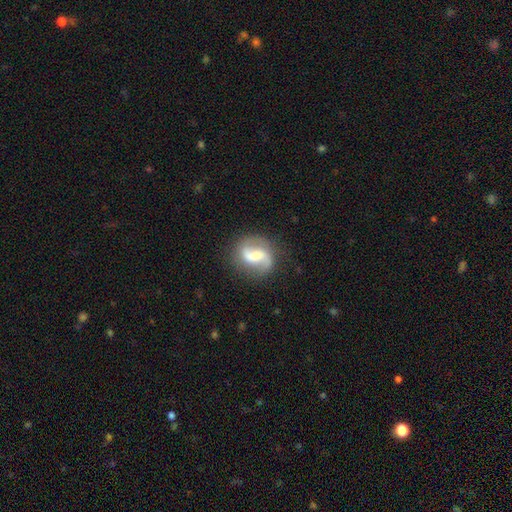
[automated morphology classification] Smooth or featured? featured or disk (76%)
Edge-on disk? no (98%)
Bar? weak (45%)
Spiral arms? yes (94%)
Spiral winding? loose (56%)
Spiral arm count? 2 (90%)
Bulge size? moderate (37%)
Merging? none (77%)